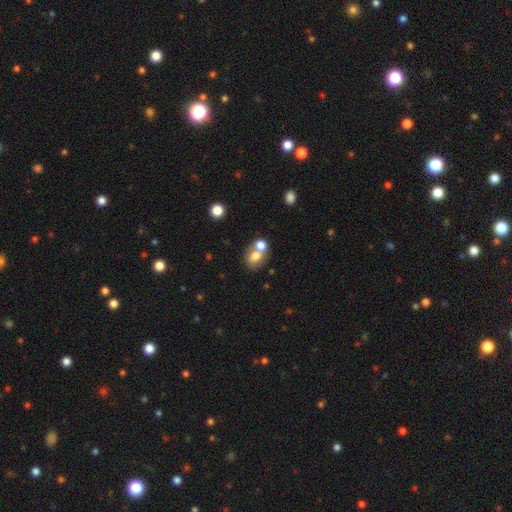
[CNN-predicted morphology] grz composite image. It shows a smooth galaxy with no disk features (73%) that is in between round and cigar-shaped (51%). Merging: merger (51%).